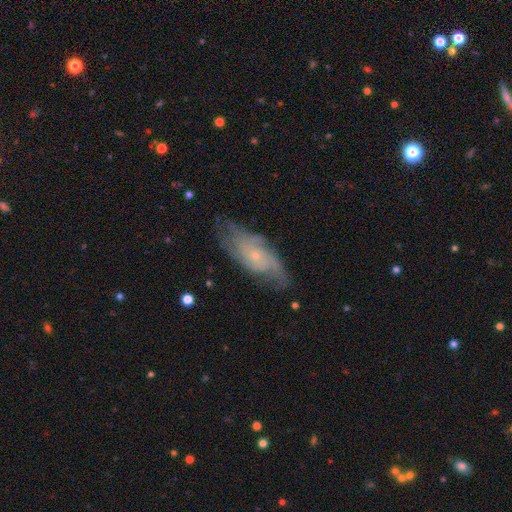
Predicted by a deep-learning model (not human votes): A featured or disk galaxy (76%) with no bar (76%), medium (42%) spiral arms (91%) and a small central bulge (78%).

Vote fractions:
- Smooth or featured? featured or disk: 76% / smooth: 17% / star or artifact: 6%
- Edge-on disk? no: 91% / yes: 9%
- Bar? no: 76% / weak: 21% / strong: 3%
- Spiral arms? yes: 91% / no: 9%
- Spiral winding? medium: 42% / tight: 41% / loose: 17%
- Spiral arm count? can't tell: 37% / 2: 31% / 3: 15% / 4: 7% / 1: 5% / more than 4: 4%
- Bulge size? small: 78% / moderate: 16% / none: 3% / large: 1% / dominant: 1%
- Merging? none: 67% / minor disturbance: 23% / major disturbance: 9% / merger: 2%